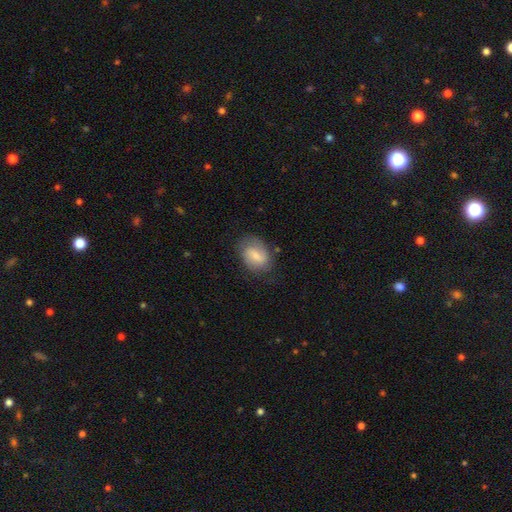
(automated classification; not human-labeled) The model was most divided on "smooth or featured": smooth: 56%, featured or disk: 37%, star or artifact: 7%. More confident: how rounded — in between (78%); merging — none (68%).